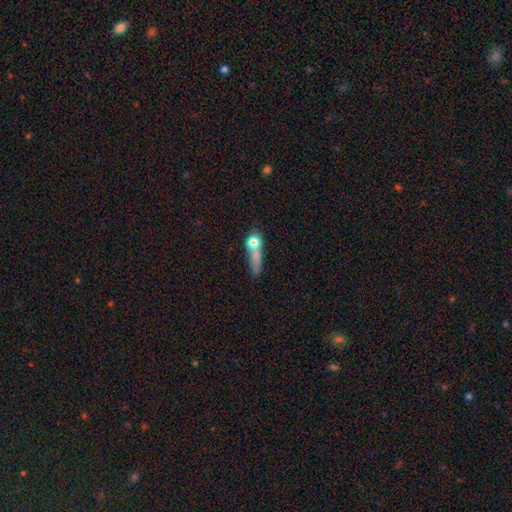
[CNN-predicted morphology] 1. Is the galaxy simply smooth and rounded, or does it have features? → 62% smooth, 26% featured or disk, 12% star or artifact.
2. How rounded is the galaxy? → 35% cigar-shaped, 34% round, 31% in between.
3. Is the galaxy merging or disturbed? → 39% merger, 27% none, 20% major disturbance, 14% minor disturbance.